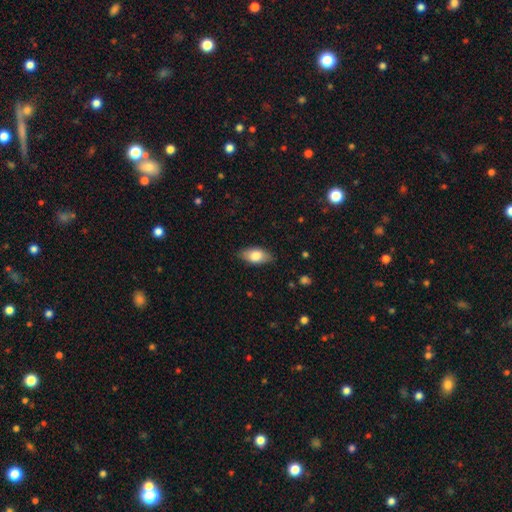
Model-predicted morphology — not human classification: A smooth galaxy with no disk features (78%) that is in between round and cigar-shaped (89%). Merging: none (83%).